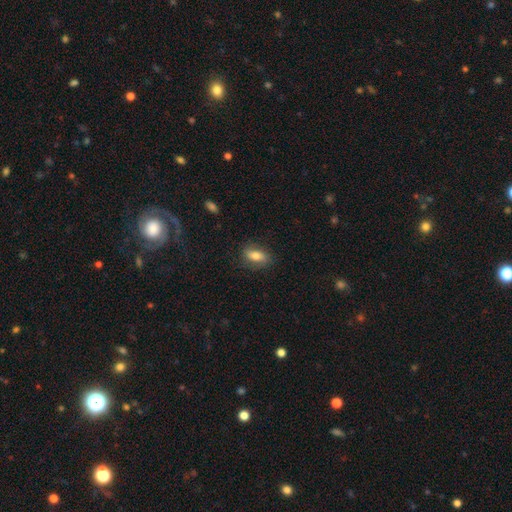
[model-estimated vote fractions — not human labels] Smooth or featured?
  - smooth: 76% *
  - featured or disk: 16%
  - star or artifact: 8%
How rounded?
  - in between: 82% *
  - cigar-shaped: 11%
  - round: 7%
Merging?
  - none: 79% *
  - minor disturbance: 16%
  - major disturbance: 5%
  - merger: 1%